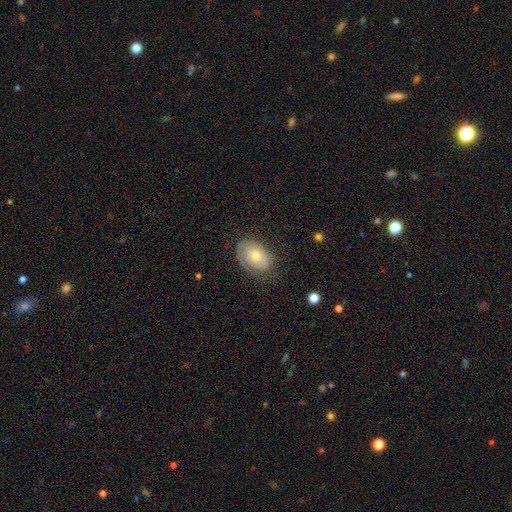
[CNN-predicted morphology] Smooth or featured?
  - smooth: 51% *
  - featured or disk: 43%
  - star or artifact: 7%
How rounded?
  - in between: 81% *
  - round: 18%
  - cigar-shaped: 1%
Merging?
  - none: 64% *
  - minor disturbance: 24%
  - major disturbance: 11%
  - merger: 1%